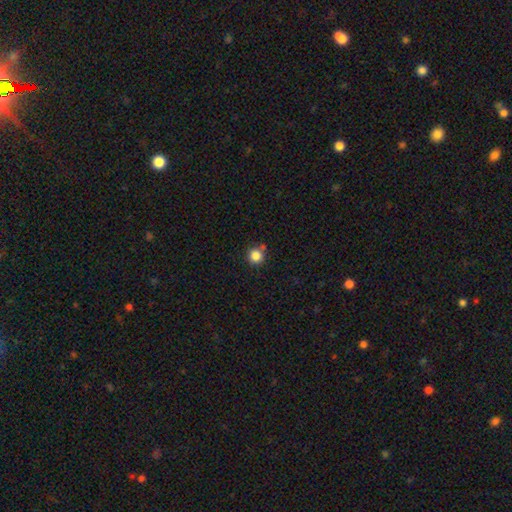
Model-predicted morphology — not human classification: Smooth or featured? Predicted: smooth (p=0.84). How rounded? Predicted: round (p=0.94). Merging? Predicted: none (p=0.74).